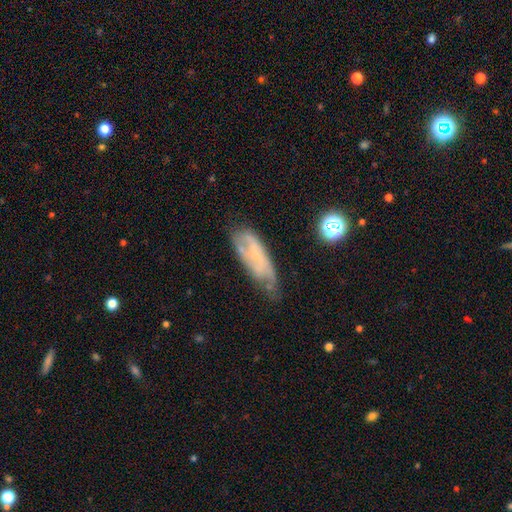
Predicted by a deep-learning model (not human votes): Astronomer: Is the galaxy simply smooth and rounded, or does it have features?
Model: featured or disk — 56% (runner-up: smooth, 35%).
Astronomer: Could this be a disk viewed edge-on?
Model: no — 84%.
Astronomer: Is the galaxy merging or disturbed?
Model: none — 48% (runner-up: minor disturbance, 33%).